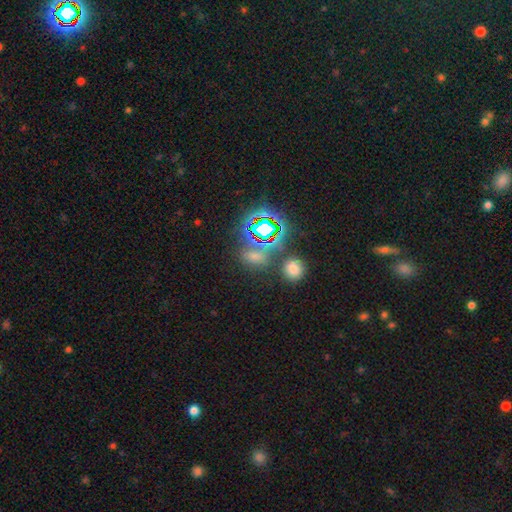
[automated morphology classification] This appears to be a star or artifact, not a galaxy (49%).